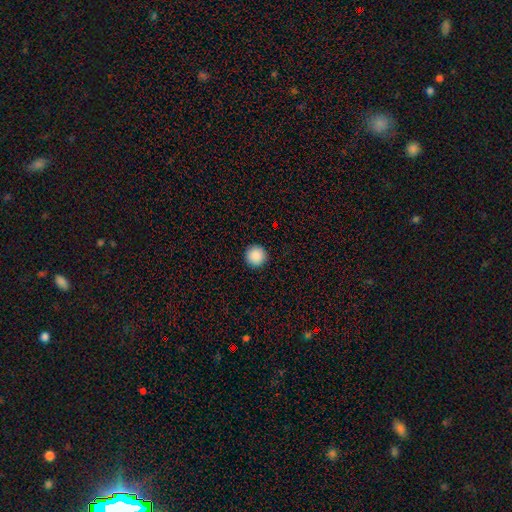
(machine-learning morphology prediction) smooth-or-featured: smooth: 89% | star or artifact: 8% | featured or disk: 3%
  how-rounded: round: 96% | in between: 3% | cigar-shaped: 1%
  merging: none: 93% | minor disturbance: 5% | major disturbance: 1% | merger: 1%